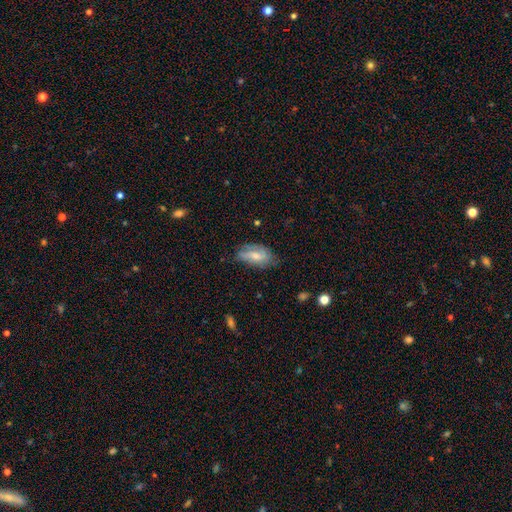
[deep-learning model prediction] This is possibly a smooth galaxy (57%). How rounded: clearly in between (89%). Merging: possibly none (58%).